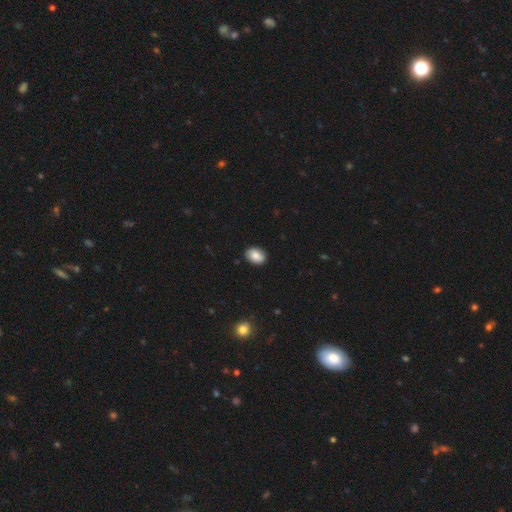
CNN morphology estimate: Smooth or featured?
  - smooth: 84% *
  - featured or disk: 9%
  - star or artifact: 8%
How rounded?
  - in between: 73% *
  - round: 26%
  - cigar-shaped: 1%
Merging?
  - none: 87% *
  - minor disturbance: 10%
  - major disturbance: 2%
  - merger: 1%